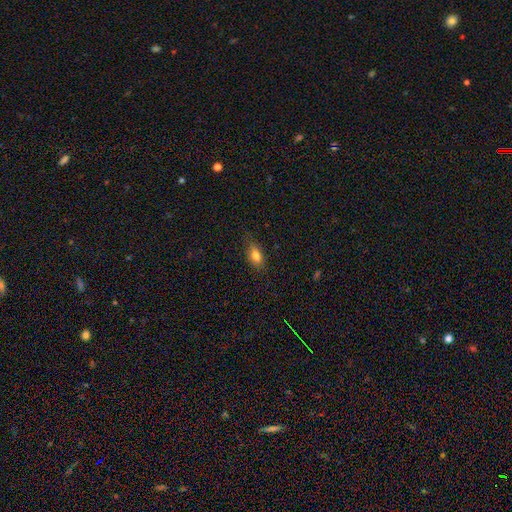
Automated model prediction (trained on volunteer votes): Smooth or featured? Predicted: smooth (p=0.80). How rounded? Predicted: in between (p=0.82). Merging? Predicted: none (p=0.75).